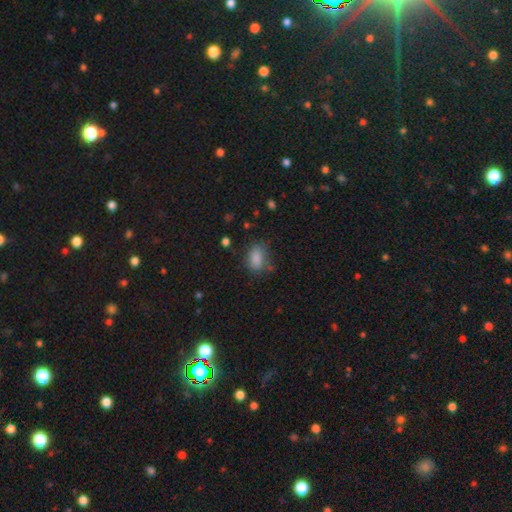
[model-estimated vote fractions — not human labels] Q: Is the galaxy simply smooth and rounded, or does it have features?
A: smooth — 83%.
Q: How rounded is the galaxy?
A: in between — 83%.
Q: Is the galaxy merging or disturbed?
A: none — 65%.